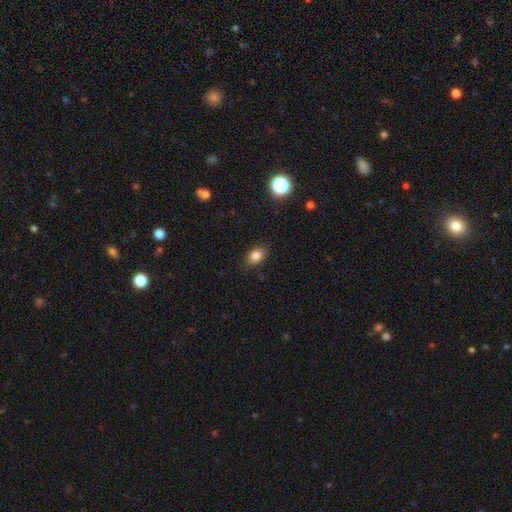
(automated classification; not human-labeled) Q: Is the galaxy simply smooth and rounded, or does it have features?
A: smooth — 82%.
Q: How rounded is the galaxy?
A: in between — 82%.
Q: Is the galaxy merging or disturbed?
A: none — 85%.